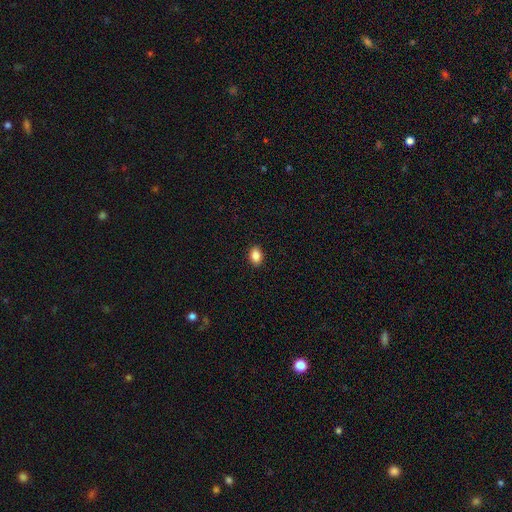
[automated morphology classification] smooth-or-featured: smooth: 87% | star or artifact: 8% | featured or disk: 4%
  how-rounded: in between: 82% | round: 17% | cigar-shaped: 1%
  merging: none: 91% | minor disturbance: 7% | major disturbance: 2% | merger: 1%